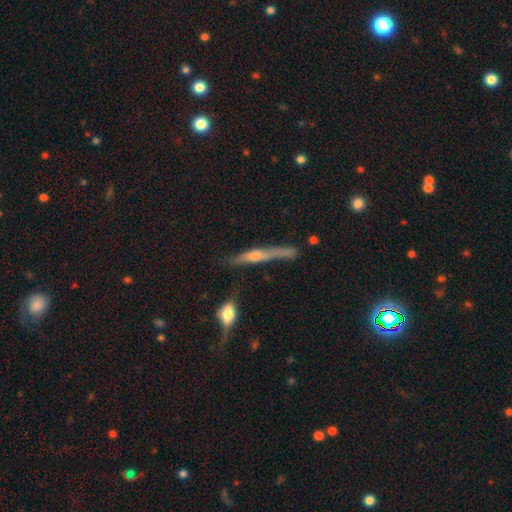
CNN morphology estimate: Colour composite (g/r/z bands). It shows a featured or disk galaxy (58%) viewed edge-on (92%) with a rounded central bulge (75%). Merging: none (58%).